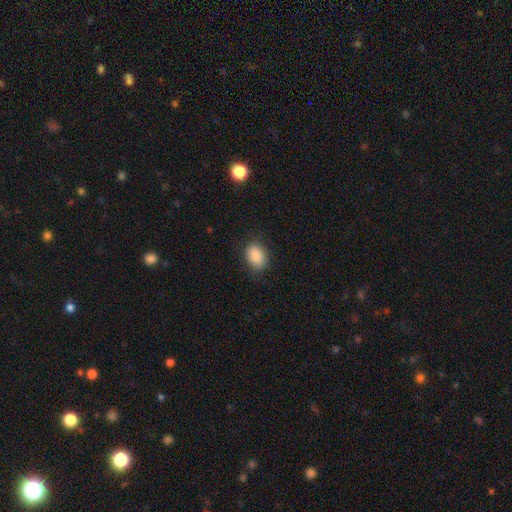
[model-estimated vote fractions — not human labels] Smooth or featured? smooth (88%)
How rounded? in between (75%)
Merging? none (82%)